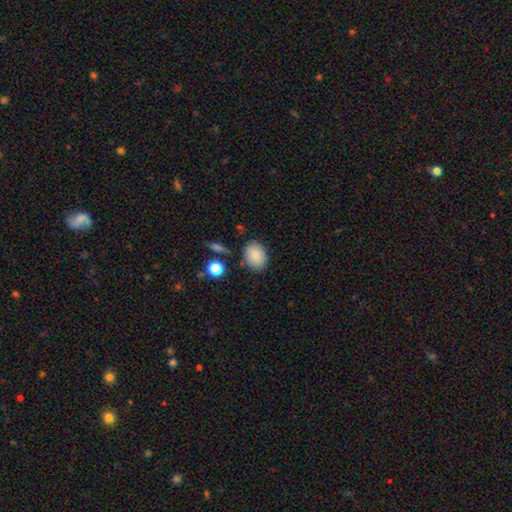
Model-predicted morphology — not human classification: smooth-or-featured: smooth: 84% | star or artifact: 8% | featured or disk: 8%
  how-rounded: in between: 70% | round: 29% | cigar-shaped: 1%
  merging: none: 82% | minor disturbance: 12% | merger: 3% | major disturbance: 3%